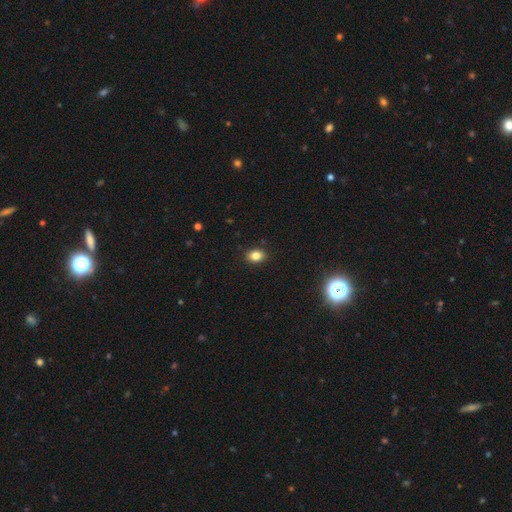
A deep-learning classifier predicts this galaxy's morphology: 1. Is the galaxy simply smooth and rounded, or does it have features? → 84% smooth, 10% star or artifact, 6% featured or disk.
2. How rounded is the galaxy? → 73% in between, 26% round, 1% cigar-shaped.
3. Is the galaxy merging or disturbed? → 90% none, 7% minor disturbance, 2% major disturbance, 1% merger.